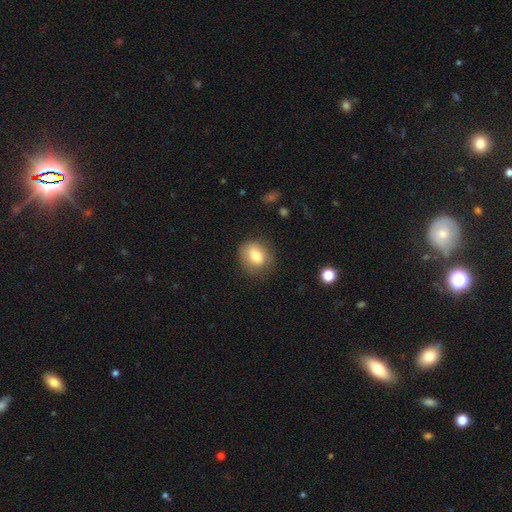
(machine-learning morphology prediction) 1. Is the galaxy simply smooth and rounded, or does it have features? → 73% smooth, 18% featured or disk, 9% star or artifact.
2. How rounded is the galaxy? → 64% round, 34% in between, 1% cigar-shaped.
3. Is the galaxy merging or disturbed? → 78% none, 15% minor disturbance, 5% major disturbance, 1% merger.